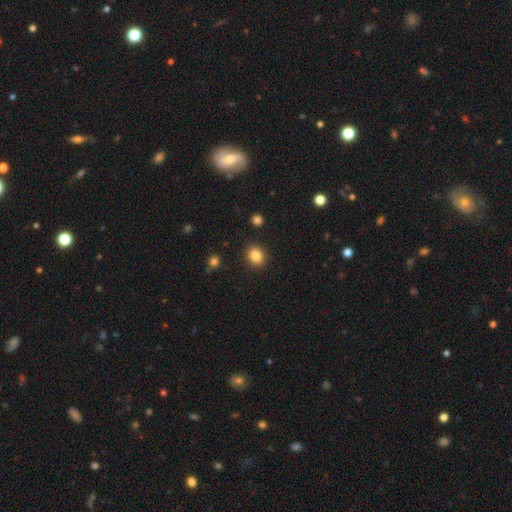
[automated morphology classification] Overall: smooth (85%). How rounded: round (69%; in between 30%). Merging: none (90%).